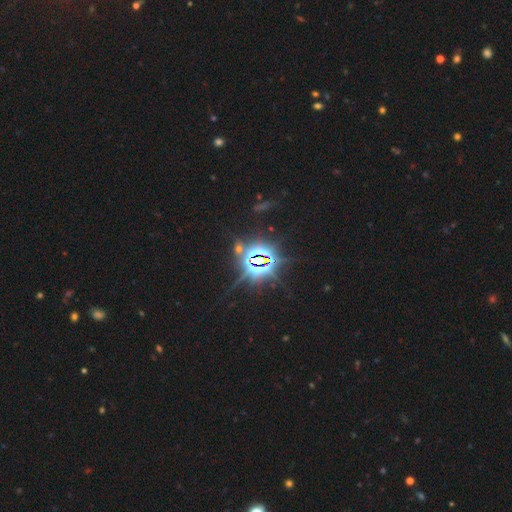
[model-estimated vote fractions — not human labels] smooth-or-featured: star or artifact: 87% | smooth: 7% | featured or disk: 6%